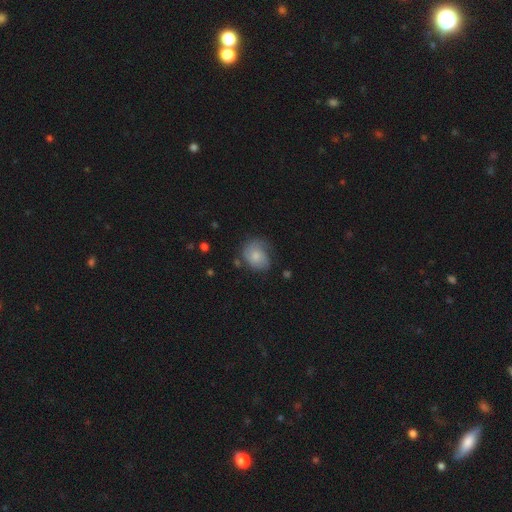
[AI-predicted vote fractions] Morphology: type=smooth (60%); roundness=round (53%); merging=none (49%).